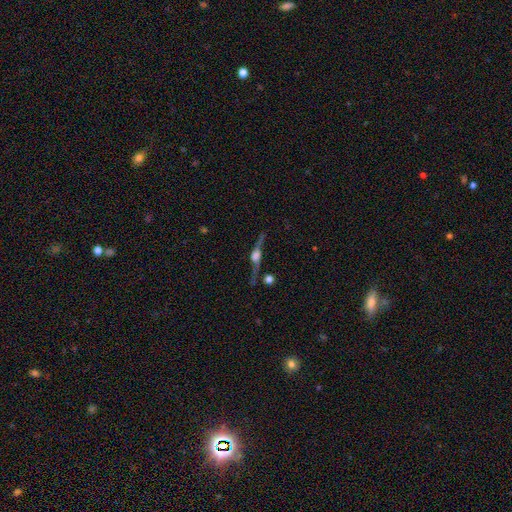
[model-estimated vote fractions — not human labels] Smooth or featured?
  - featured or disk: 81% *
  - smooth: 11%
  - star or artifact: 9%
Edge-on disk?
  - yes: 90% *
  - no: 10%
Edge-on bulge?
  - rounded: 82% *
  - boxy: 14%
  - none: 3%
Merging?
  - none: 69% *
  - minor disturbance: 16%
  - major disturbance: 10%
  - merger: 5%